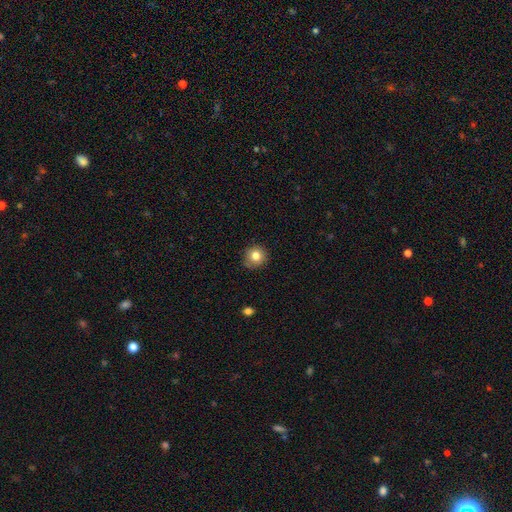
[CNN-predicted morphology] smooth 81%, star or artifact 10%, featured or disk 8%. Down the decision tree: how rounded — round (91%); merging — none (82%).